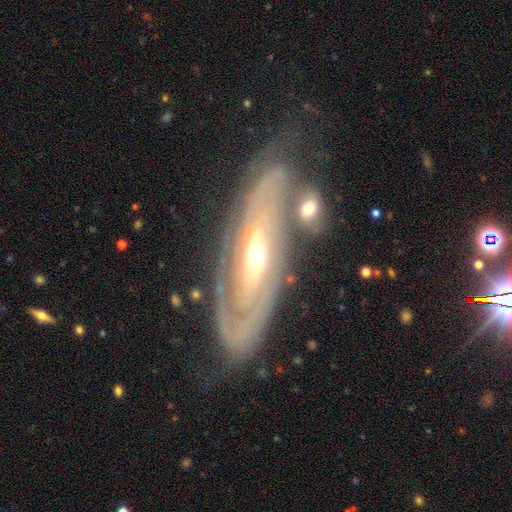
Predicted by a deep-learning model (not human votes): Morphology: type=featured or disk (85%); edge-on=no (86%); bar=no (50%); spiral arms=yes (87%); winding=tight (68%); arm count=2 (40%); bulge=moderate (53%); merging=none (66%).